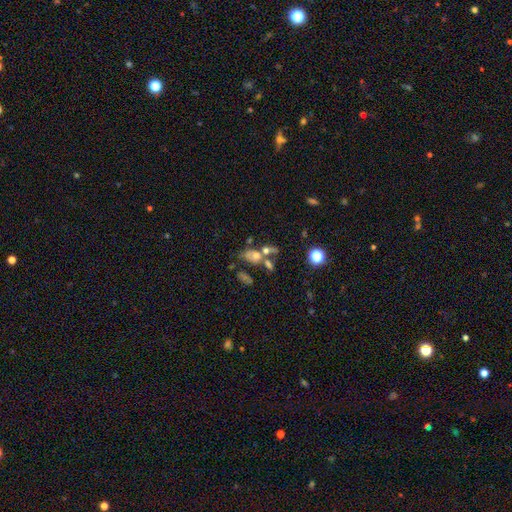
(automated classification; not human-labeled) A smooth galaxy with no disk features (47%). Merging: merger (45%).